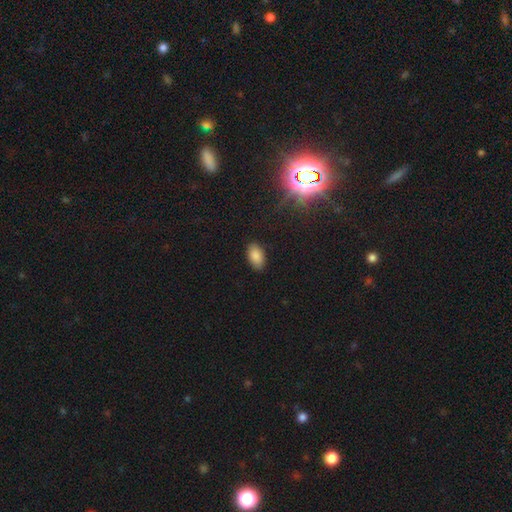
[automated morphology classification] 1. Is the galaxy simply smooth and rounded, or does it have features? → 86% smooth, 9% star or artifact, 5% featured or disk.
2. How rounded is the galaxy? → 94% in between, 4% round, 2% cigar-shaped.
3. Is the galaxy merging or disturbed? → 87% none, 10% minor disturbance, 2% major disturbance, 1% merger.